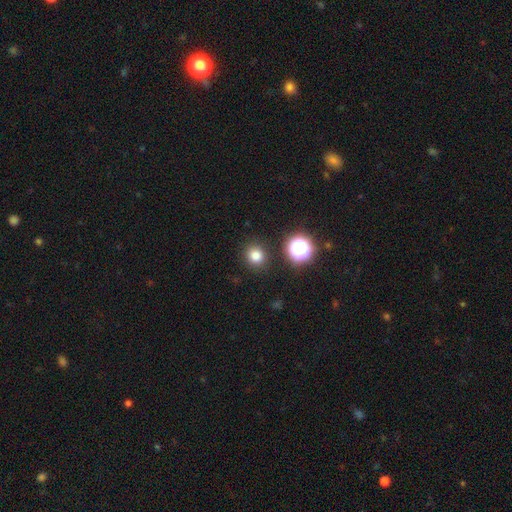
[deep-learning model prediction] smooth 80%, star or artifact 15%, featured or disk 5%. Down the decision tree: how rounded — round (89%); merging — none (90%).